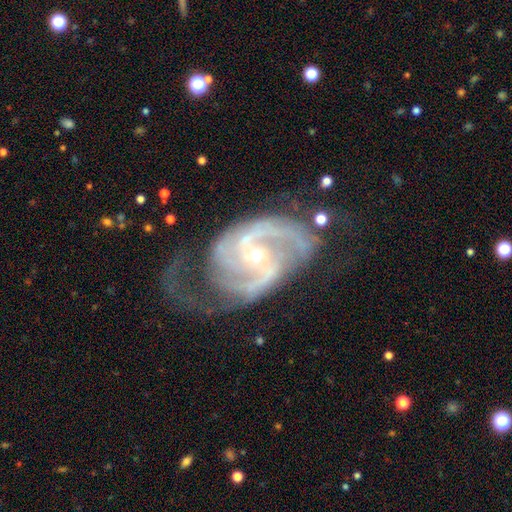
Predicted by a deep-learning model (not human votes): A featured or disk galaxy (92%) with no bar (46%), 2 (67%) medium (51%) spiral arms (98%) and a small central bulge (68%).

Vote fractions:
- Smooth or featured? featured or disk: 92% / star or artifact: 5% / smooth: 3%
- Edge-on disk? no: 97% / yes: 3%
- Bar? no: 46% / weak: 36% / strong: 18%
- Spiral arms? yes: 98% / no: 2%
- Spiral winding? medium: 51% / tight: 33% / loose: 15%
- Spiral arm count? 2: 67% / 3: 13% / can't tell: 8% / 4: 4% / 1: 4% / more than 4: 3%
- Bulge size? small: 68% / moderate: 29% / large: 1% / none: 1% / dominant: 1%
- Merging? none: 49% / major disturbance: 24% / minor disturbance: 23% / merger: 3%